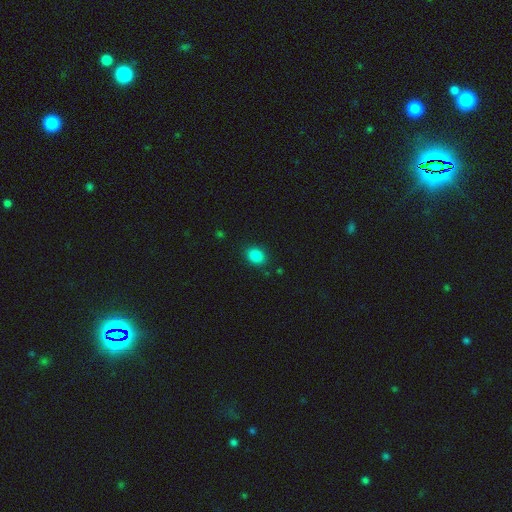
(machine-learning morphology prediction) Overall: smooth (86%). How rounded: in between (51%; round 48%). Merging: none (87%).